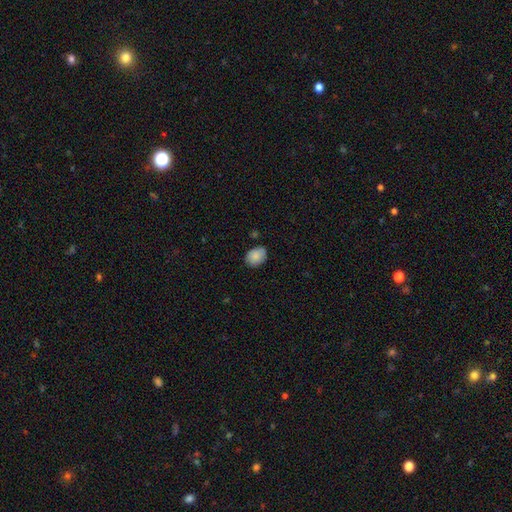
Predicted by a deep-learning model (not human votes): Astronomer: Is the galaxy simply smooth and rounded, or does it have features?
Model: smooth — 86%.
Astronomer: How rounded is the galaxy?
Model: in between — 63%.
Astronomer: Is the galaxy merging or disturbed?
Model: none — 79%.